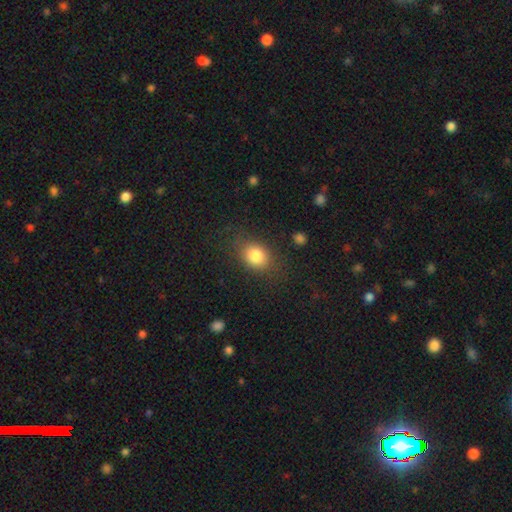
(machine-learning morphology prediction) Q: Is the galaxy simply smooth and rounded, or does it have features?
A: smooth — 82%.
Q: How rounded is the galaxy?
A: in between — 61%.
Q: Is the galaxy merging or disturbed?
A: none — 76%.